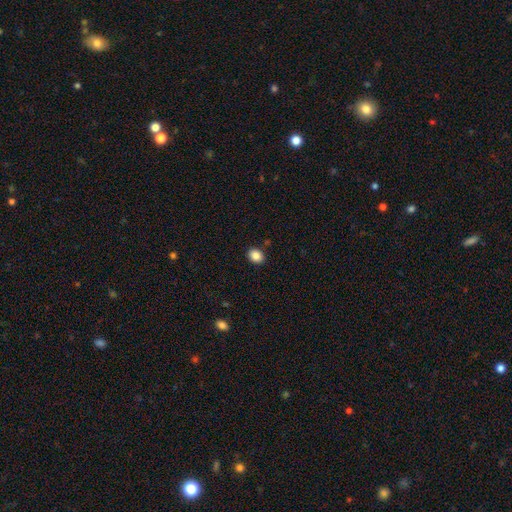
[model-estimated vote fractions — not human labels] Overall: smooth (86%). How rounded: round (51%; in between 48%). Merging: none (89%).